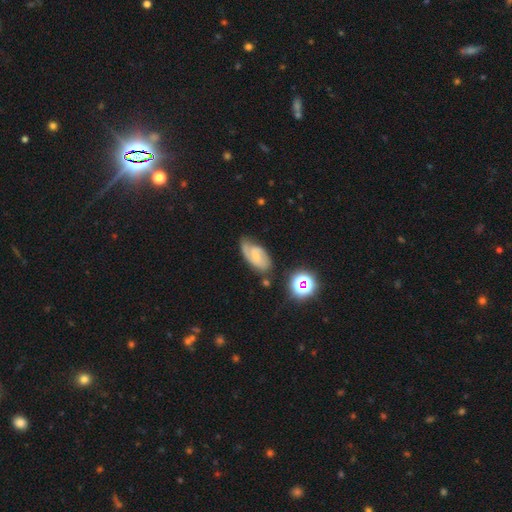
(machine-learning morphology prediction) Smooth or featured?
  - featured or disk: 67% *
  - smooth: 23%
  - star or artifact: 10%
Edge-on disk?
  - no: 95% *
  - yes: 5%
Bar?
  - no: 50% *
  - weak: 41%
  - strong: 9%
Spiral arms?
  - yes: 92% *
  - no: 8%
Spiral winding?
  - medium: 44% *
  - tight: 39%
  - loose: 17%
Spiral arm count?
  - 2: 61% *
  - can't tell: 18%
  - 1: 14%
  - 3: 4%
  - 4: 1%
  - more than 4: 1%
Bulge size?
  - small: 65% *
  - moderate: 22%
  - none: 10%
  - large: 2%
  - dominant: 1%
Merging?
  - none: 57% *
  - minor disturbance: 28%
  - major disturbance: 10%
  - merger: 4%